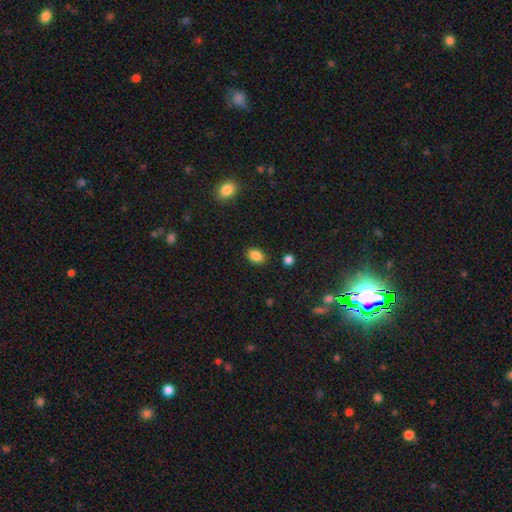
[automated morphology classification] The model was most divided on "how rounded": in between: 71%, round: 27%, cigar-shaped: 1%. More confident: merging — none (86%); smooth or featured — smooth (86%).